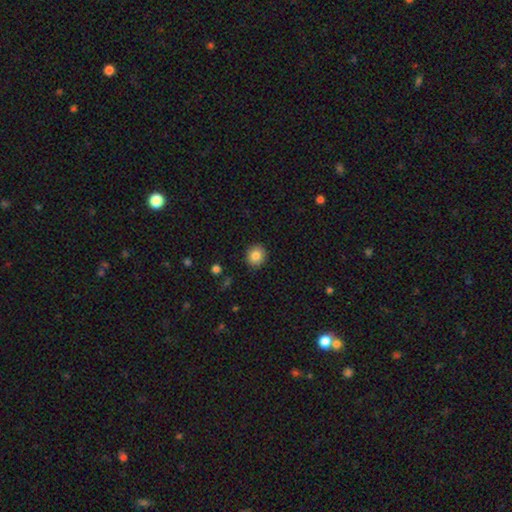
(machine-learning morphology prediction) This appears to be a smooth galaxy with no disk features (84%) that is round (82%). Merging: none (90%).